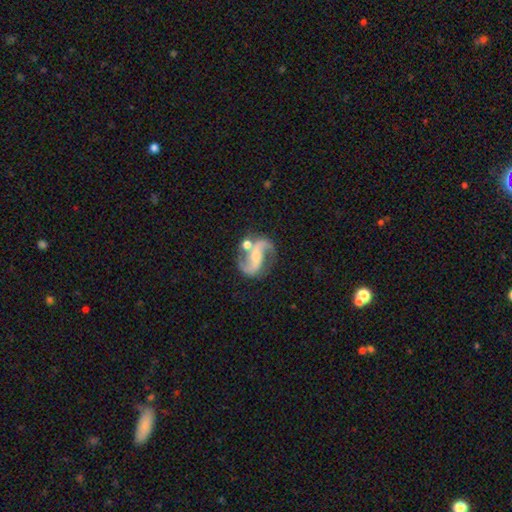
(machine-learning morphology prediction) Smooth or featured? Predicted: featured or disk (p=0.90). Edge-on disk? Predicted: no (p=0.98). Bar? Predicted: weak (p=0.37). Spiral arms? Predicted: yes (p=0.98). Spiral winding? Predicted: medium (p=0.49). Spiral arm count? Predicted: 2 (p=0.94). Bulge size? Predicted: small (p=0.54). Merging? Predicted: none (p=0.67).